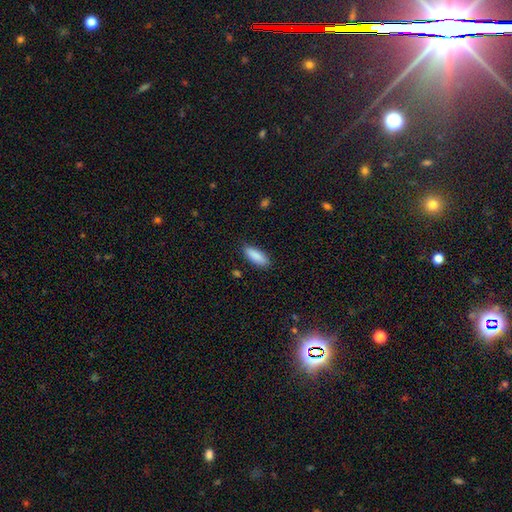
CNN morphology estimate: Overall: smooth (89%). How rounded: in between (66%; cigar-shaped 32%). Merging: none (86%).